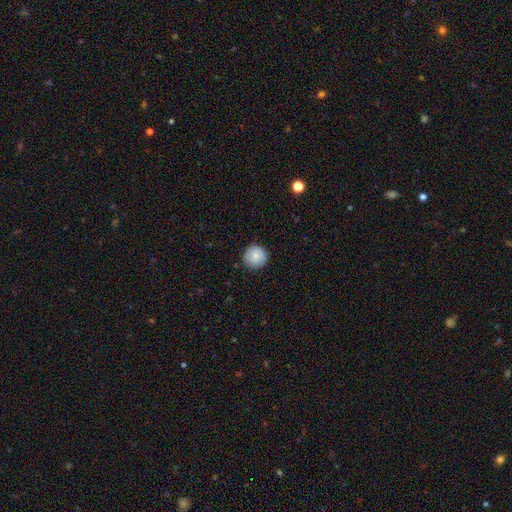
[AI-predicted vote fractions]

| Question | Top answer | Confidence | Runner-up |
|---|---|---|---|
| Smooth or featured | smooth | 80% | featured or disk (13%) |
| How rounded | round | 94% | in between (5%) |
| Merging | none | 86% | minor disturbance (11%) |